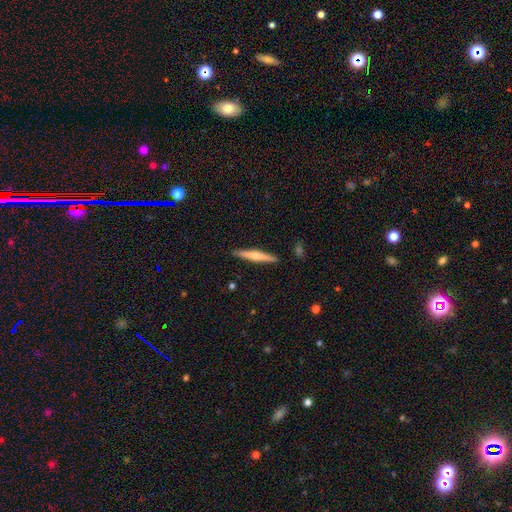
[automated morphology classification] This appears to be a smooth galaxy with no disk features (50%) that is cigar-shaped (94%). Merging: none (90%).